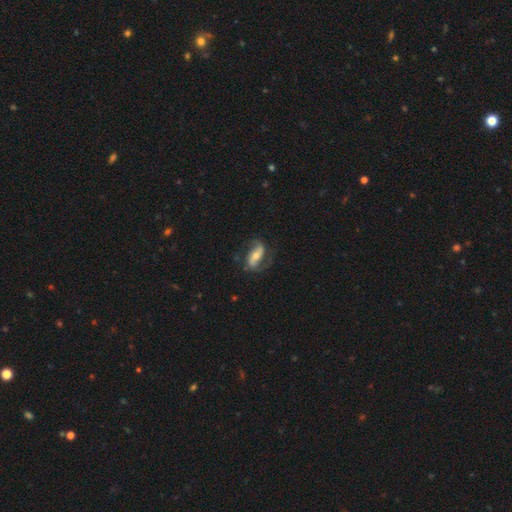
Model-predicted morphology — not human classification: smooth_or_featured: featured or disk (p=0.75) [alt: smooth p=0.19]
disk_edge_on: no (p=0.93) [alt: yes p=0.07]
bar: strong (p=0.47) [alt: weak p=0.29]
has_spiral_arms: yes (p=0.90) [alt: no p=0.10]
spiral_winding: medium (p=0.42) [alt: loose p=0.39]
spiral_arm_count: 2 (p=0.86) [alt: 1 p=0.05]
bulge_size: moderate (p=0.51) [alt: small p=0.39]
merging: none (p=0.67) [alt: minor disturbance p=0.18]